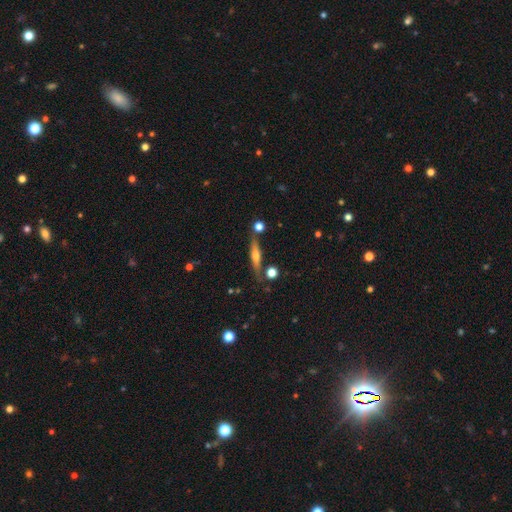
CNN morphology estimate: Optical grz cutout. It shows a featured or disk galaxy (57%) viewed edge-on (94%) with a rounded central bulge (79%). Merging: none (78%).